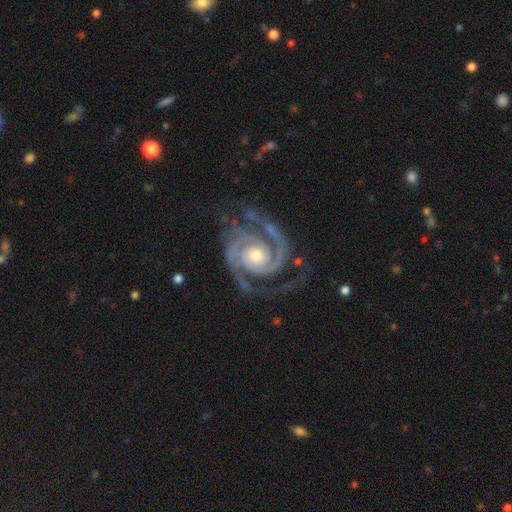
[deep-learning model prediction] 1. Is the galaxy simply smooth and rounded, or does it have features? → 94% featured or disk, 4% star or artifact, 2% smooth.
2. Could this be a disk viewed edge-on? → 98% no, 2% yes.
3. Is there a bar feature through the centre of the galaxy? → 73% no, 19% weak, 8% strong.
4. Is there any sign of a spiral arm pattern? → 99% yes, 1% no.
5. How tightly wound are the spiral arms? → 63% tight, 33% medium, 4% loose.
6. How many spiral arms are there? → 78% 2, 12% 3, 3% can't tell, 2% 4, 2% 1, 2% more than 4.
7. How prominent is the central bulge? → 61% moderate, 30% small, 7% large, 1% none, 1% dominant.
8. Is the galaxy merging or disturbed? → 72% none, 17% minor disturbance, 9% major disturbance, 2% merger.